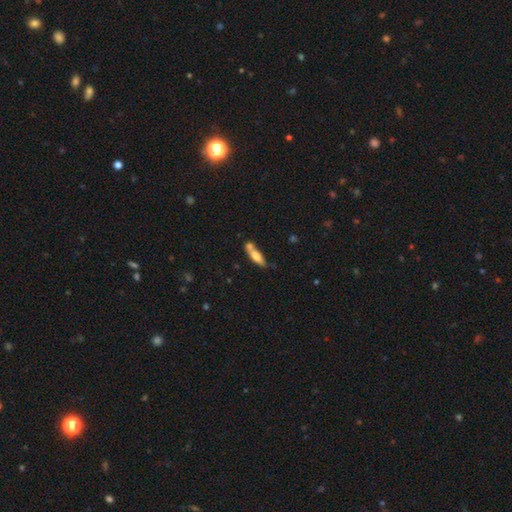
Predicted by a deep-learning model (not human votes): Smooth or featured: smooth — 65% (featured or disk — 28%)
How rounded: cigar-shaped — 57% (in between — 41%)
Merging: none — 47% (merger — 31%)